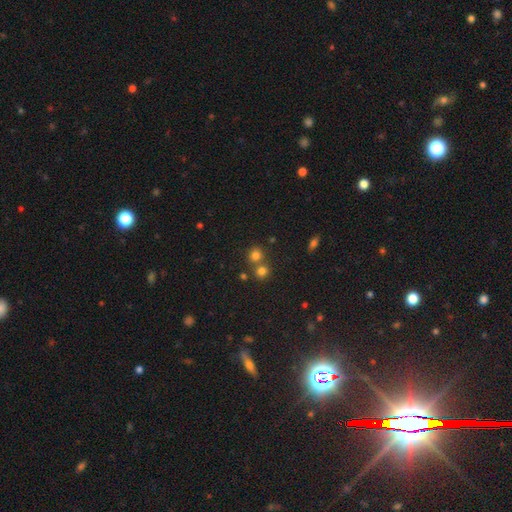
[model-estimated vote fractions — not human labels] A smooth galaxy with no disk features (75%) that is round (85%).

Vote fractions:
- Smooth or featured? smooth: 75% / star or artifact: 18% / featured or disk: 7%
- How rounded? round: 85% / in between: 14% / cigar-shaped: 1%
- Merging? none: 59% / merger: 31% / minor disturbance: 7% / major disturbance: 3%